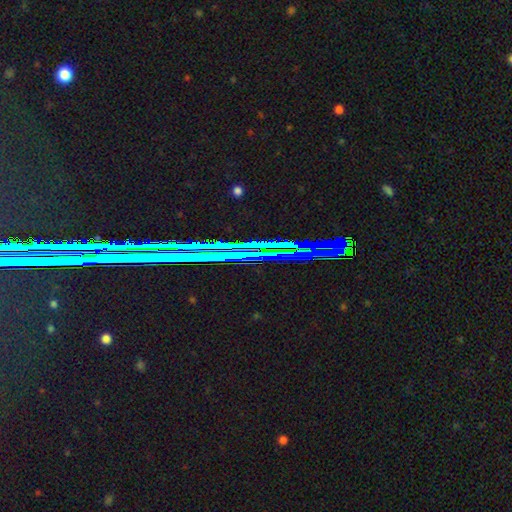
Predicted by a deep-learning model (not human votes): Q: Smooth or featured?
A: star or artifact (74%); runner-up: featured or disk (15%)